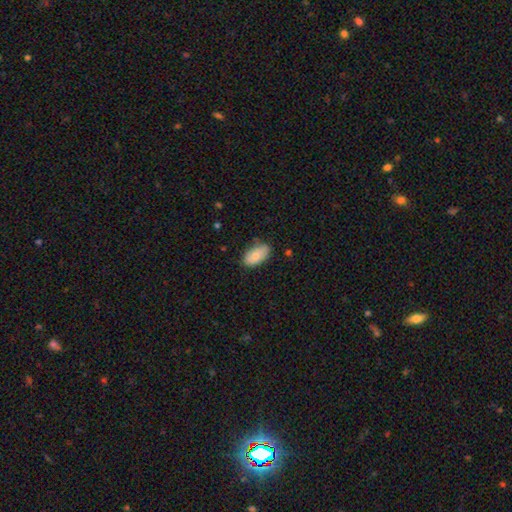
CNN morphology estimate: This is likely a smooth galaxy (79%). How rounded: clearly in between (94%). Merging: likely none (72%).